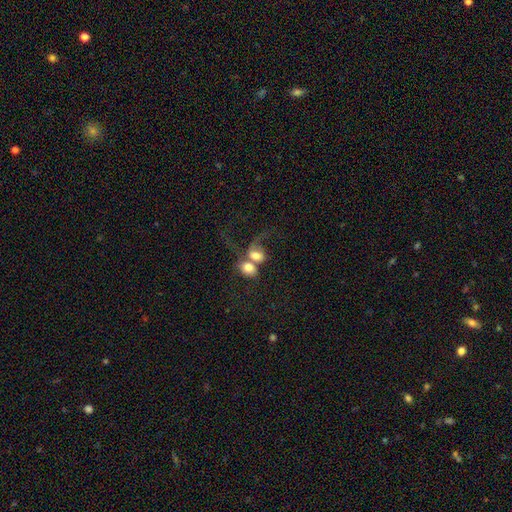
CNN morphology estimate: Smooth or featured?
  - smooth: 60% *
  - featured or disk: 30%
  - star or artifact: 10%
How rounded?
  - in between: 58% *
  - round: 40%
  - cigar-shaped: 2%
Merging?
  - merger: 73% *
  - major disturbance: 11%
  - none: 11%
  - minor disturbance: 5%